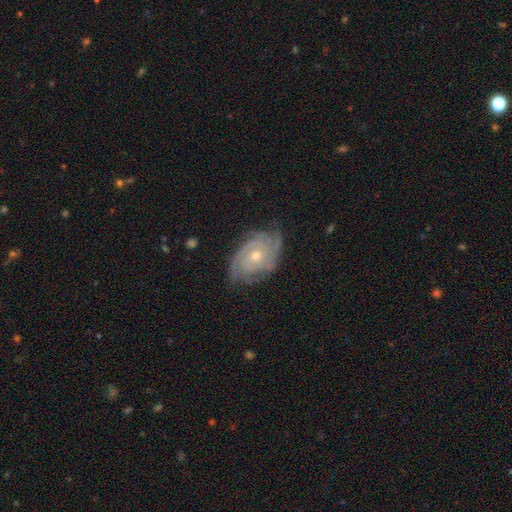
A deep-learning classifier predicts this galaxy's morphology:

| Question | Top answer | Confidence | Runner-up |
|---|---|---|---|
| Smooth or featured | featured or disk | 87% | smooth (7%) |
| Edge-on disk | no | 96% | yes (4%) |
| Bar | no | 78% | weak (18%) |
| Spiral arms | yes | 97% | no (3%) |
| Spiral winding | tight | 73% | medium (23%) |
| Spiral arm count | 3 | 28% | can't tell (22%) |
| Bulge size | moderate | 53% | small (44%) |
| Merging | none | 77% | minor disturbance (17%) |